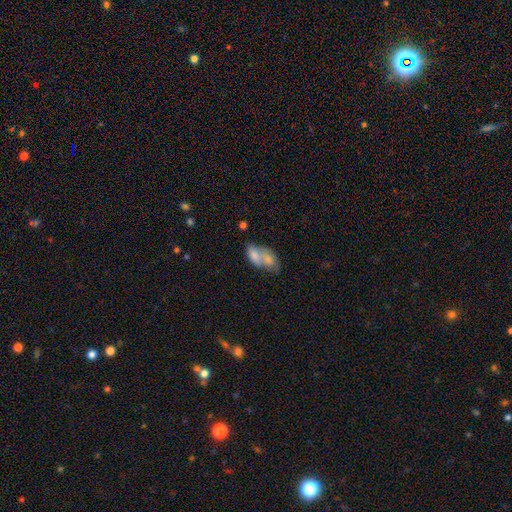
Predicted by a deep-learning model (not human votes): smooth_or_featured: smooth (p=0.72) [alt: featured or disk p=0.21]
how_rounded: in between (p=0.88) [alt: round p=0.09]
merging: merger (p=0.75) [alt: none p=0.14]